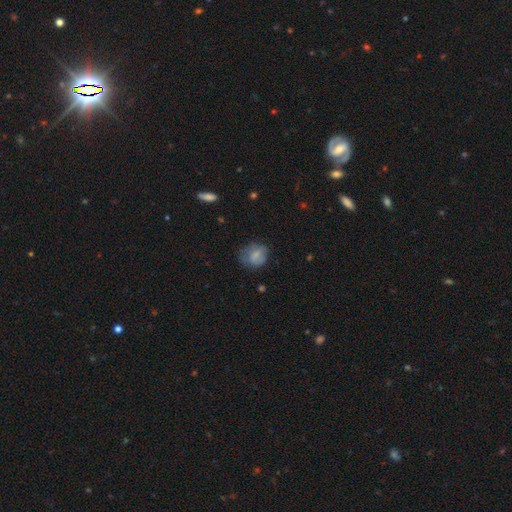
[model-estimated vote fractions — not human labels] Smooth or featured?
  - smooth: 67% *
  - featured or disk: 24%
  - star or artifact: 10%
How rounded?
  - round: 58% *
  - in between: 41%
  - cigar-shaped: 1%
Merging?
  - none: 55% *
  - minor disturbance: 27%
  - major disturbance: 16%
  - merger: 2%